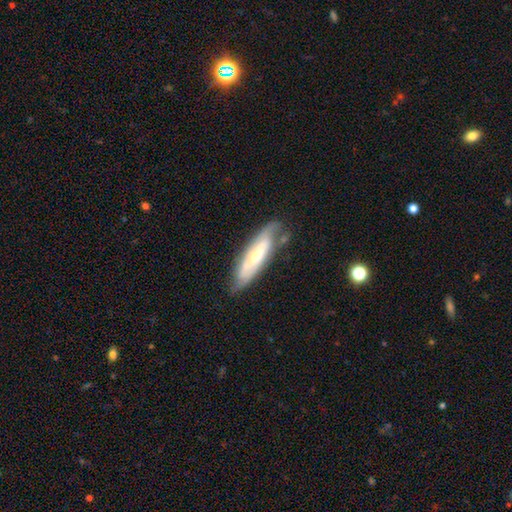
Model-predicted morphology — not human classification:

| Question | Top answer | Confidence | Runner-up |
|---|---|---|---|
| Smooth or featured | featured or disk | 56% | smooth (35%) |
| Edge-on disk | no | 50% | tied: yes (50%) |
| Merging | none | 74% | minor disturbance (19%) |